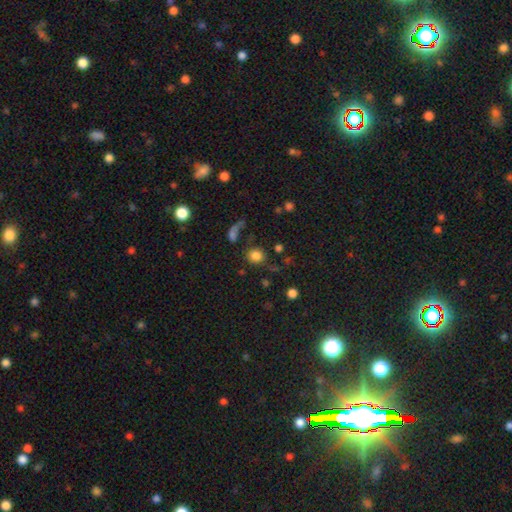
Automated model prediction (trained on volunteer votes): Morphology: type=smooth (81%); roundness=round (84%); merging=none (69%).